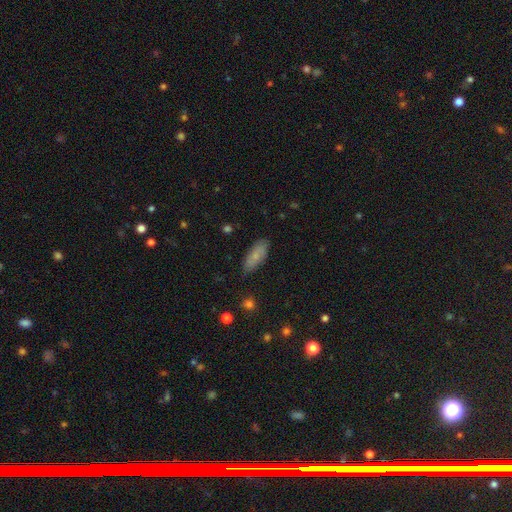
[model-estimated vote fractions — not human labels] Smooth or featured? Predicted: smooth (p=0.72). How rounded? Predicted: in between (p=0.77). Merging? Predicted: none (p=0.79).